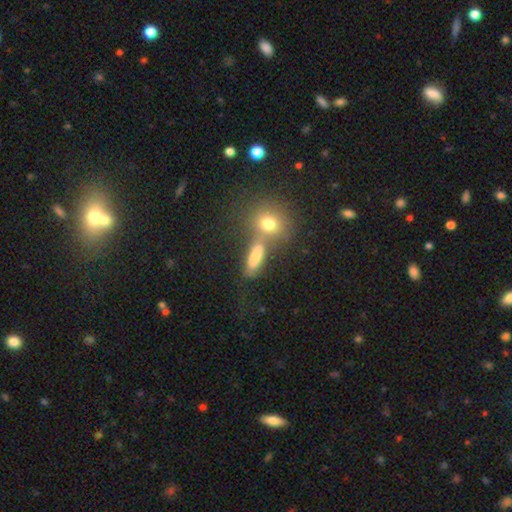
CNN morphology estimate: type=smooth (74%); roundness=in between (52%); merging=none (53%).